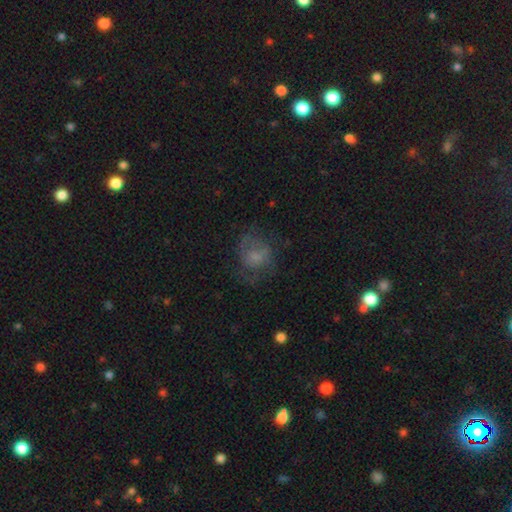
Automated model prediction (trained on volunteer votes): Smooth or featured?
  - smooth: 52% *
  - featured or disk: 35%
  - star or artifact: 13%
How rounded?
  - round: 64% *
  - in between: 35%
  - cigar-shaped: 1%
Merging?
  - none: 48% *
  - major disturbance: 28%
  - minor disturbance: 22%
  - merger: 2%